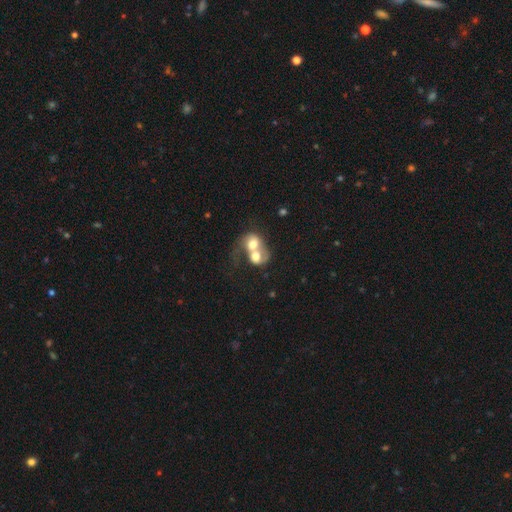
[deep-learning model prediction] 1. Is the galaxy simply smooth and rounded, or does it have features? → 54% smooth, 39% featured or disk, 7% star or artifact.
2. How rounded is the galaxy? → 56% round, 43% in between, 1% cigar-shaped.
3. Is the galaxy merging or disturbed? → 85% merger, 6% major disturbance, 6% none, 3% minor disturbance.